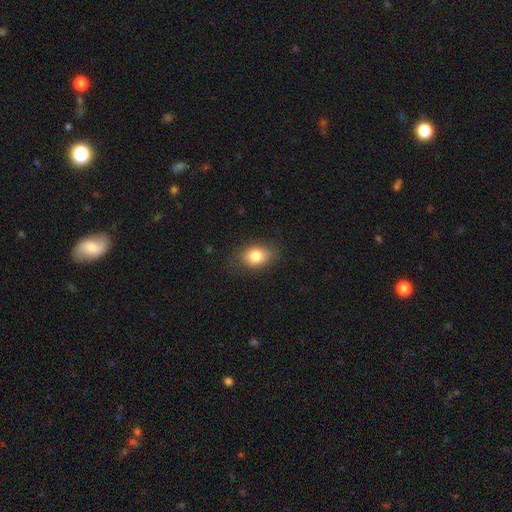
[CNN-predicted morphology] The model was most divided on "how rounded": in between: 74%, round: 24%, cigar-shaped: 1%. More confident: smooth or featured — smooth (80%); merging — none (80%).